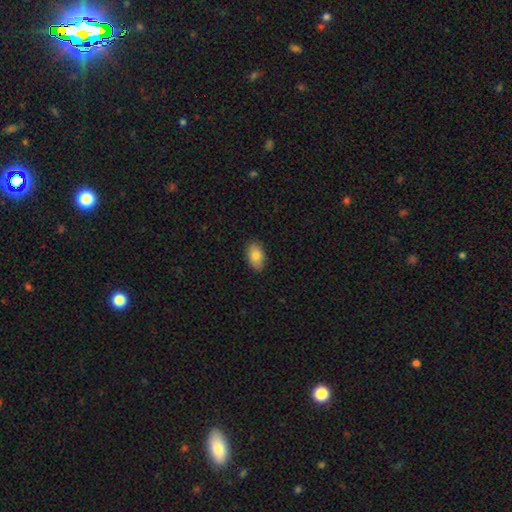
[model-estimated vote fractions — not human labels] Overall: smooth (82%). How rounded: in between (92%). Merging: none (87%).